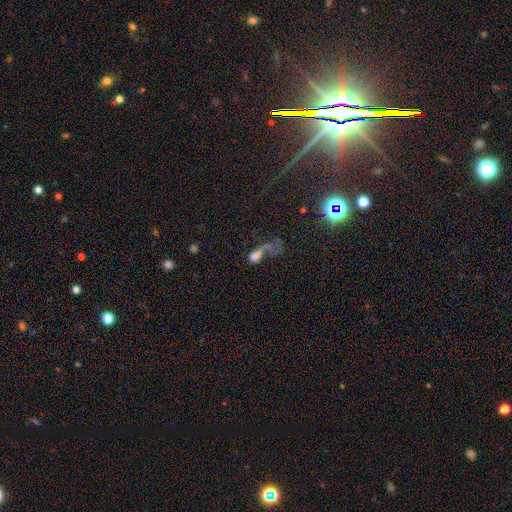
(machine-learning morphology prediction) The model was most divided on "smooth or featured": smooth: 48%, featured or disk: 32%, star or artifact: 20%. More confident: merging — major disturbance (52%).